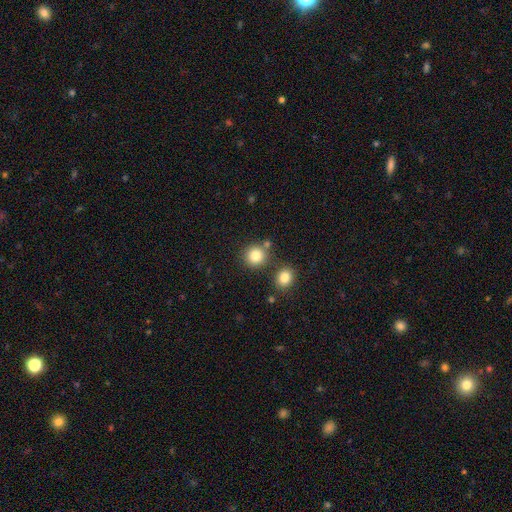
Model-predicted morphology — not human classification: type=smooth (83%); roundness=round (90%); merging=none (77%).